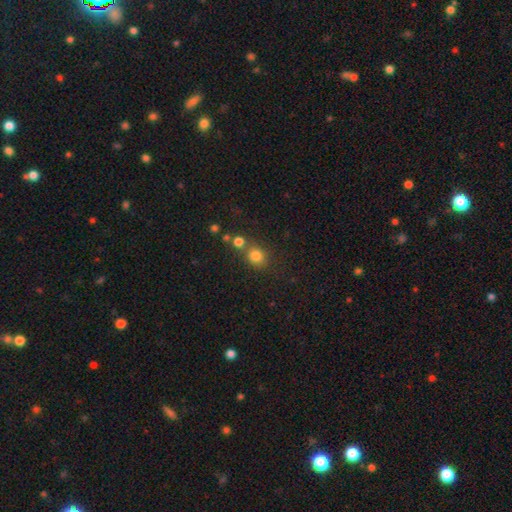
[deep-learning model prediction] Smooth or featured?
  - smooth: 79% *
  - star or artifact: 14%
  - featured or disk: 7%
How rounded?
  - round: 75% *
  - in between: 23%
  - cigar-shaped: 1%
Merging?
  - none: 61% *
  - merger: 25%
  - minor disturbance: 10%
  - major disturbance: 4%